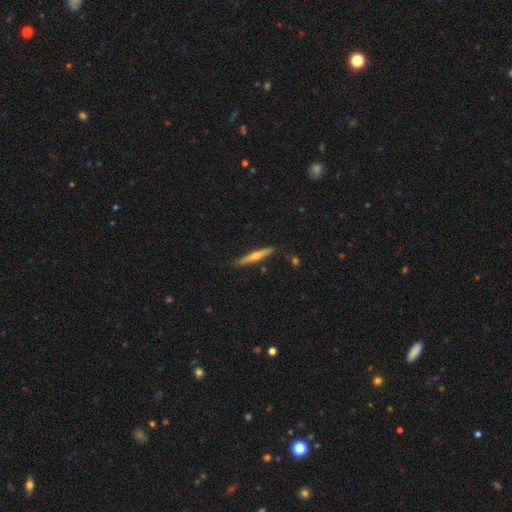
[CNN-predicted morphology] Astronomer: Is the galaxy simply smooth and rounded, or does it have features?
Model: featured or disk — 57% (runner-up: smooth, 37%).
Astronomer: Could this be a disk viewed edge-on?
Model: yes — 96%.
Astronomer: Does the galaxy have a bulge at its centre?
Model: rounded — 83%.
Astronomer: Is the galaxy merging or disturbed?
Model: none — 87%.